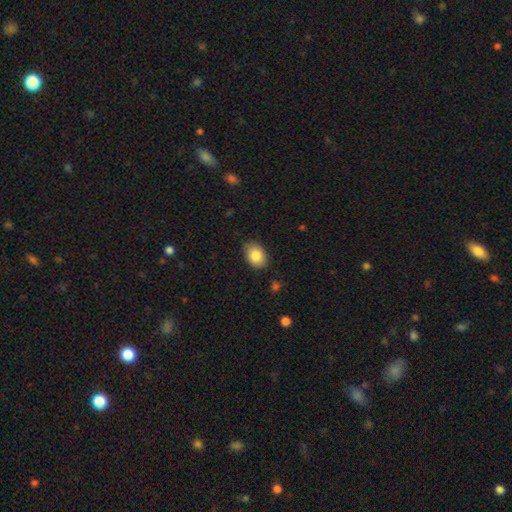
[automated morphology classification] This appears to be a smooth galaxy with no disk features (84%) that is in between round and cigar-shaped (74%). Merging: none (80%).